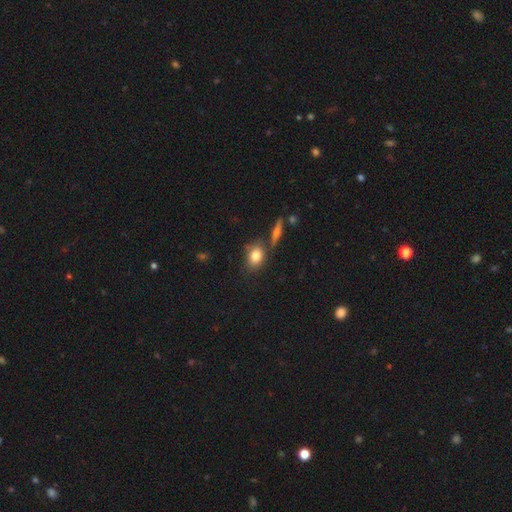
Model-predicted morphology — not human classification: A smooth galaxy with no disk features (79%) that is in between round and cigar-shaped (65%). Merging: none (66%).